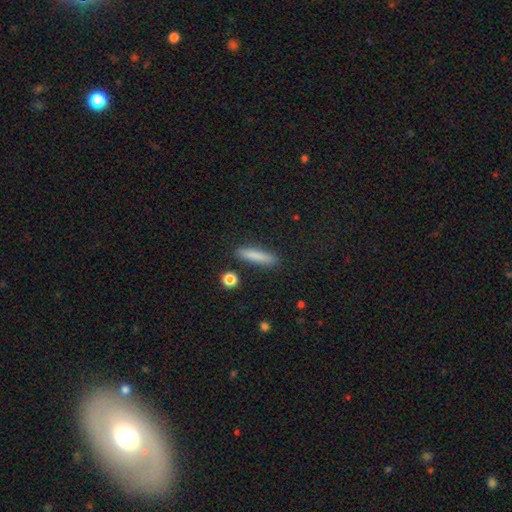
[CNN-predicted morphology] smooth 82%, featured or disk 10%, star or artifact 7%. Down the decision tree: how rounded — cigar-shaped (85%); merging — none (88%).